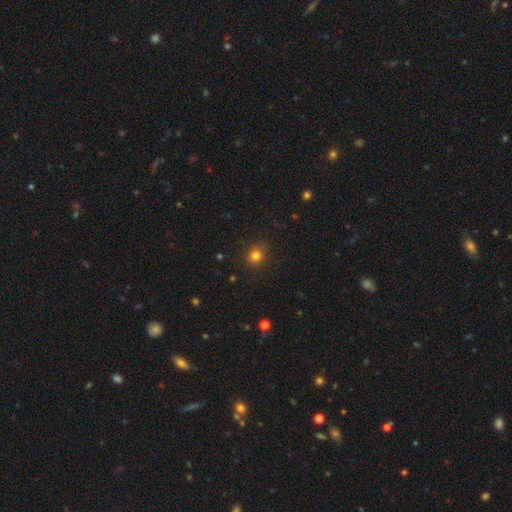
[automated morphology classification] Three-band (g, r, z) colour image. It shows a smooth galaxy with no disk features (80%) that is round (87%). Merging: none (87%).